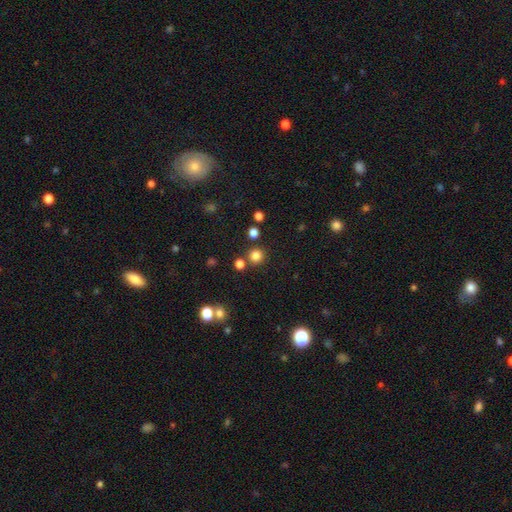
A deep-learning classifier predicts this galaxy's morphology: smooth 80%, star or artifact 16%, featured or disk 5%. Down the decision tree: how rounded — round (94%); merging — none (83%).